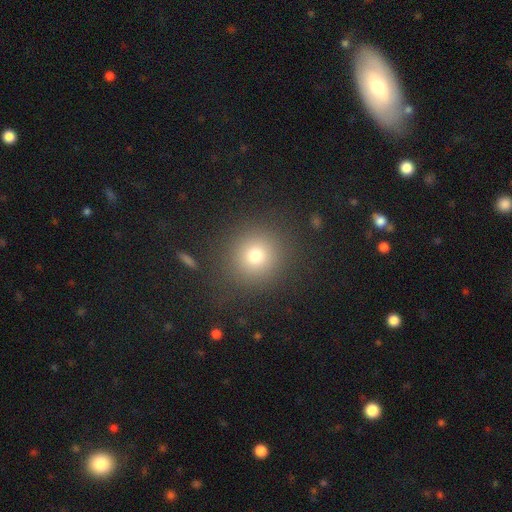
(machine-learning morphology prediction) Smooth or featured? Predicted: smooth (p=0.74). How rounded? Predicted: round (p=0.92). Merging? Predicted: none (p=0.87).